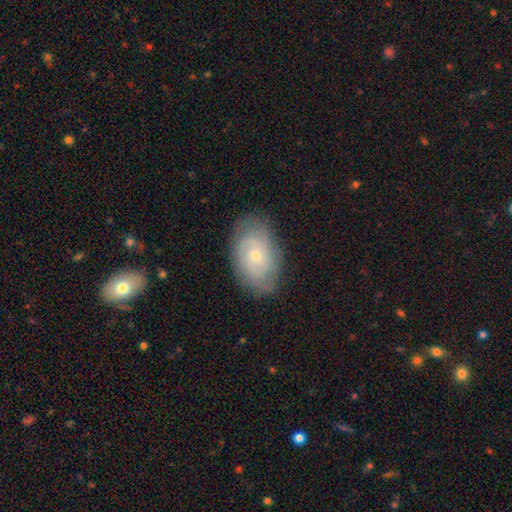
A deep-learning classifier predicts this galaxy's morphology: A featured or disk galaxy (54%) with no bar (84%), spiral arms (70%) and a small central bulge (71%).

Vote fractions:
- Smooth or featured? featured or disk: 54% / smooth: 39% / star or artifact: 7%
- Edge-on disk? no: 94% / yes: 6%
- Bar? no: 84% / weak: 14% / strong: 2%
- Spiral arms? yes: 70% / no: 30%
- Bulge size? small: 71% / moderate: 26% / large: 1% / none: 1% / dominant: 1%
- Merging? none: 79% / minor disturbance: 16% / major disturbance: 4% / merger: 1%